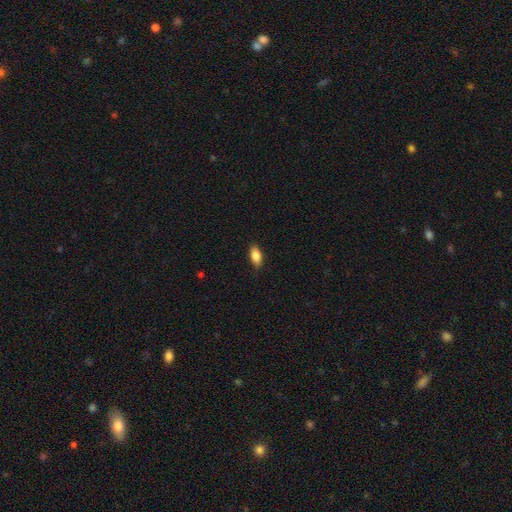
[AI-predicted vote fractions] The model was most divided on "smooth or featured": smooth: 85%, featured or disk: 8%, star or artifact: 7%. More confident: how rounded — in between (89%); merging — none (88%).